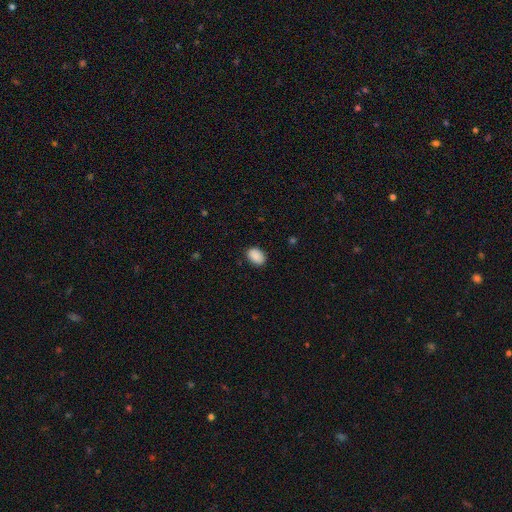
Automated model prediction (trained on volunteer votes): Smooth or featured?
  - smooth: 90% *
  - star or artifact: 7%
  - featured or disk: 3%
How rounded?
  - in between: 84% *
  - round: 15%
  - cigar-shaped: 1%
Merging?
  - none: 86% *
  - minor disturbance: 10%
  - major disturbance: 2%
  - merger: 1%